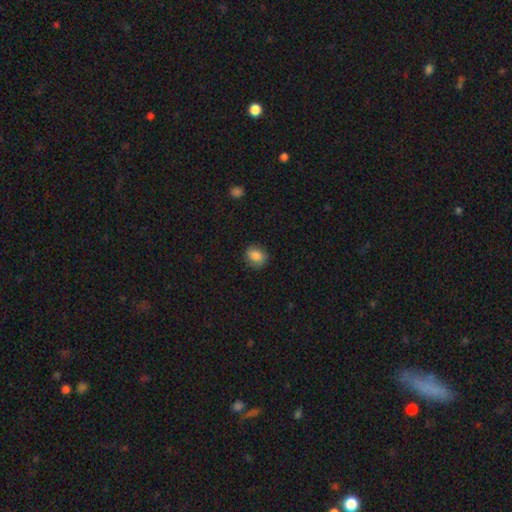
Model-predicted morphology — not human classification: The model was most divided on "how rounded": round: 51%, in between: 47%, cigar-shaped: 1%. More confident: smooth or featured — smooth (81%); merging — none (77%).